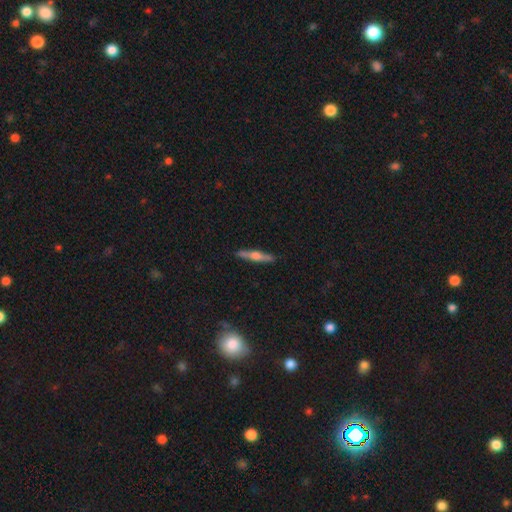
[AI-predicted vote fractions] This appears to be a featured or disk galaxy (61%) viewed edge-on (97%) with a rounded central bulge (85%). Merging: none (89%).